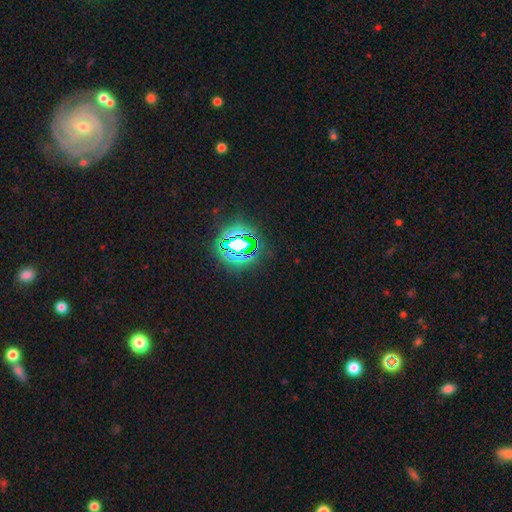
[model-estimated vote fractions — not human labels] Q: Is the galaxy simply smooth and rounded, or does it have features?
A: star or artifact — 66%.